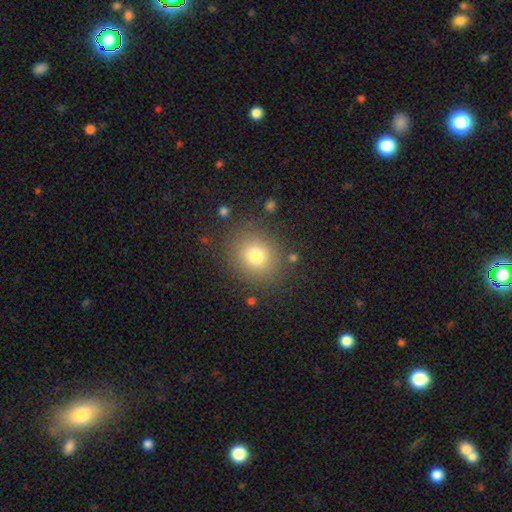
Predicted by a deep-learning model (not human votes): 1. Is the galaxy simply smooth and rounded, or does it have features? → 75% smooth, 14% star or artifact, 11% featured or disk.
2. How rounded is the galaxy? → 77% round, 22% in between, 1% cigar-shaped.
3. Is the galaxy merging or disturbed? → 84% none, 9% minor disturbance, 4% major disturbance, 2% merger.